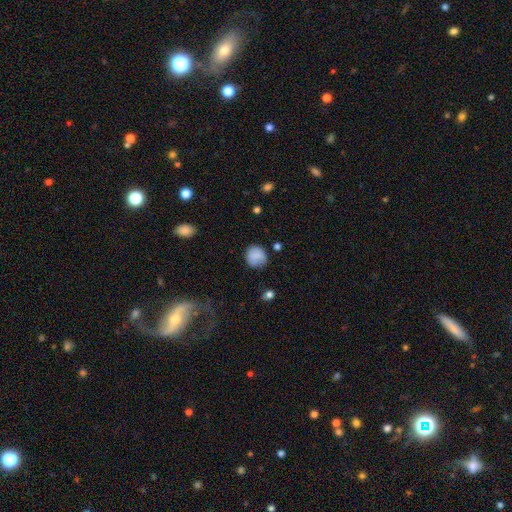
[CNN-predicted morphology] The model was most divided on "merging": none: 76%, minor disturbance: 18%, major disturbance: 5%, merger: 2%. More confident: how rounded — round (84%); smooth or featured — smooth (83%).